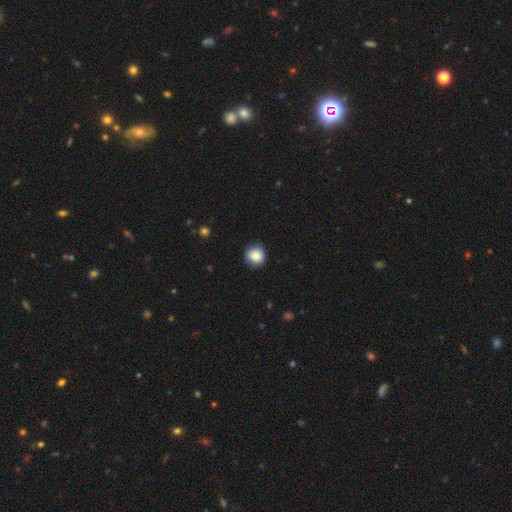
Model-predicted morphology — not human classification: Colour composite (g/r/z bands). It shows a smooth galaxy with no disk features (86%) that is round (91%). Merging: none (87%).